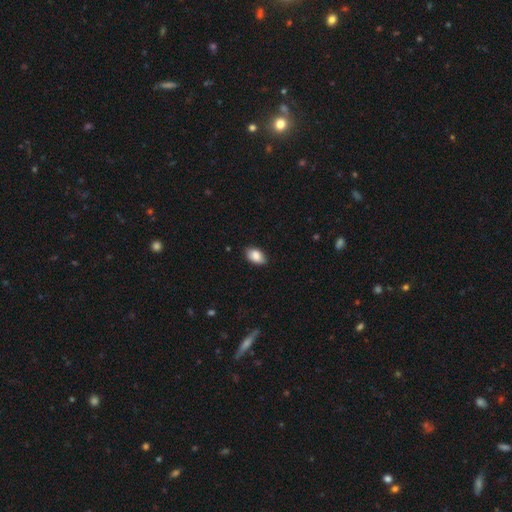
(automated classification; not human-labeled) This is clearly a smooth galaxy (87%). How rounded: clearly in between (91%). Merging: clearly none (83%).